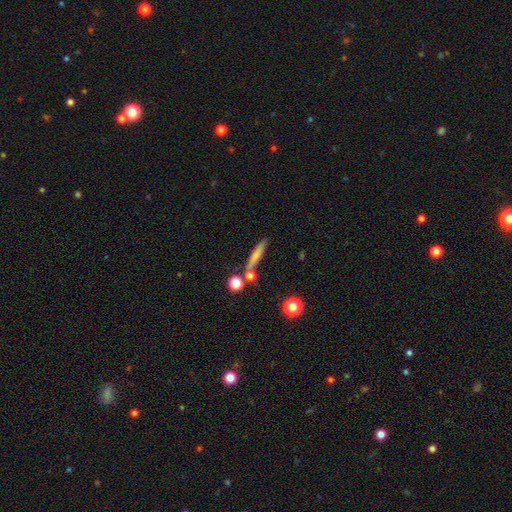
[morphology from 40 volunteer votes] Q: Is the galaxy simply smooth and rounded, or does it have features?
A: smooth — 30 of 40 (75%).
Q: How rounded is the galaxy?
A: cigar-shaped — 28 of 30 (93%).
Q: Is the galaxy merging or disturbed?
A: none — 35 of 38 (92%).